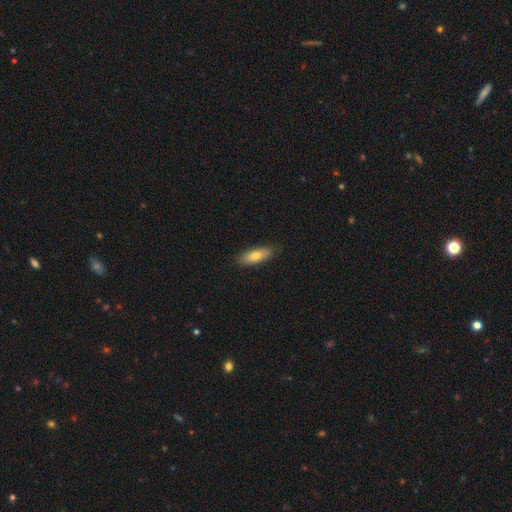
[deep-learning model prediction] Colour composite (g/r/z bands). It shows a smooth galaxy with no disk features (75%) that is in between round and cigar-shaped (70%). Merging: none (86%).